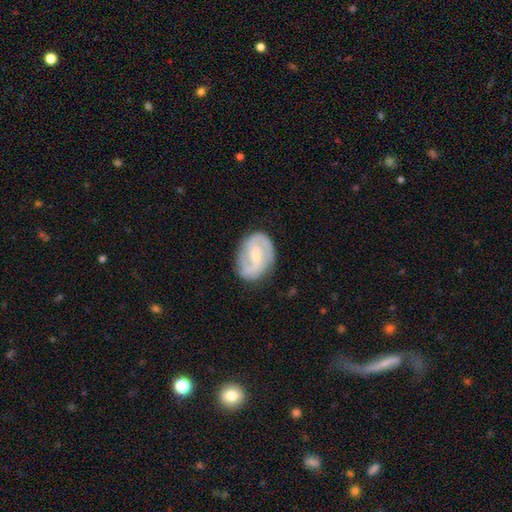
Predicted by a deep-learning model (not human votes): Smooth or featured? Predicted: featured or disk (p=0.80). Edge-on disk? Predicted: no (p=0.97). Bar? Predicted: weak (p=0.48). Spiral arms? Predicted: yes (p=0.94). Spiral winding? Predicted: medium (p=0.47). Spiral arm count? Predicted: 2 (p=0.81). Bulge size? Predicted: small (p=0.58). Merging? Predicted: none (p=0.80).